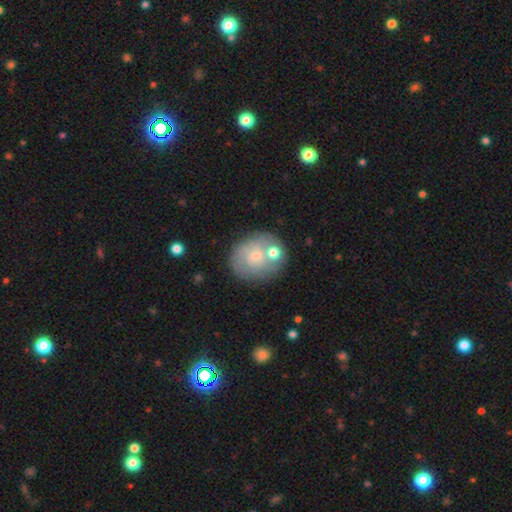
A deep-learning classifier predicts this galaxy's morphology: Overall: smooth (45%, tied with featured or disk). Merging: none (63%).